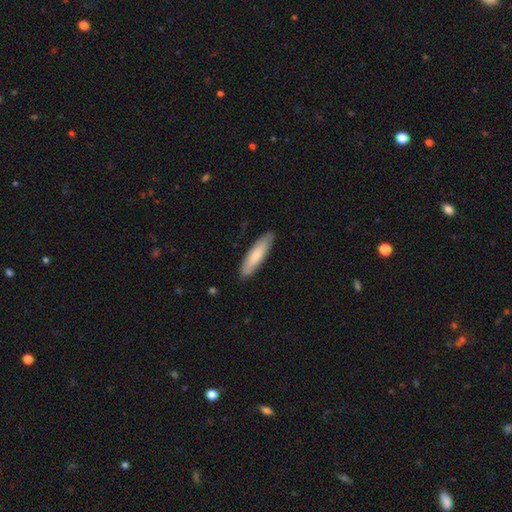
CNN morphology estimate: Overall: smooth (77%). How rounded: cigar-shaped (70%). Merging: none (87%).